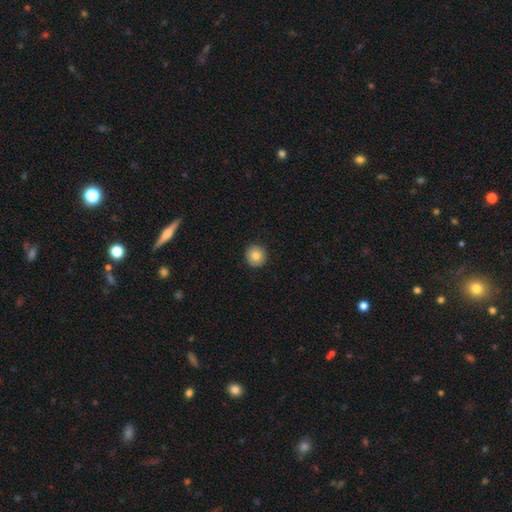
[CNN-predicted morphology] smooth 83%, star or artifact 9%, featured or disk 8%. Down the decision tree: how rounded — round (94%); merging — none (91%).